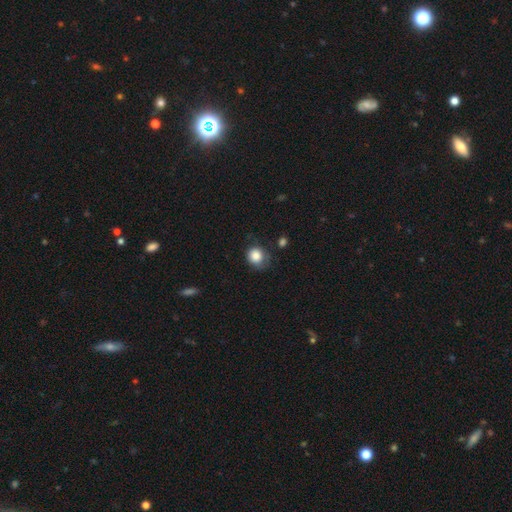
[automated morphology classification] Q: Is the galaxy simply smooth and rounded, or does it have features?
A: smooth — 84%.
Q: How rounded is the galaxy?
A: round — 76%.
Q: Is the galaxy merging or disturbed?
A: none — 58%.